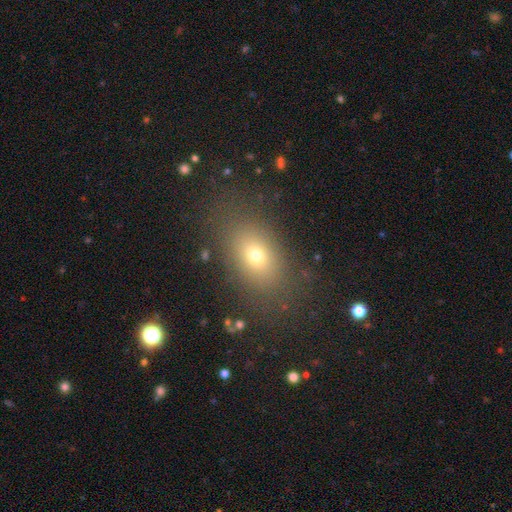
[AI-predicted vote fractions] Overall: smooth (69%). How rounded: in between (76%). Merging: none (82%).